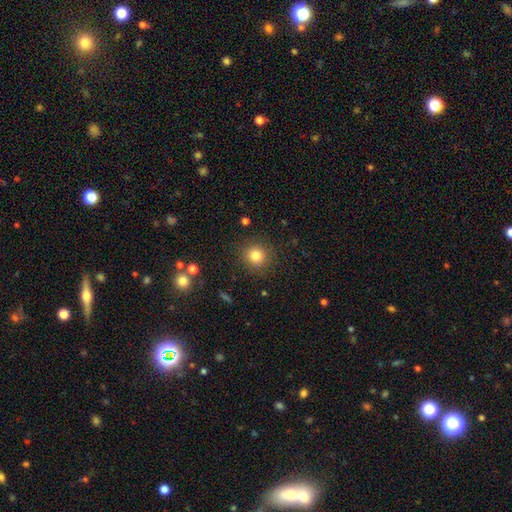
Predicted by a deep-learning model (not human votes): The model was most divided on "smooth or featured": smooth: 81%, star or artifact: 12%, featured or disk: 6%. More confident: how rounded — round (91%); merging — none (88%).